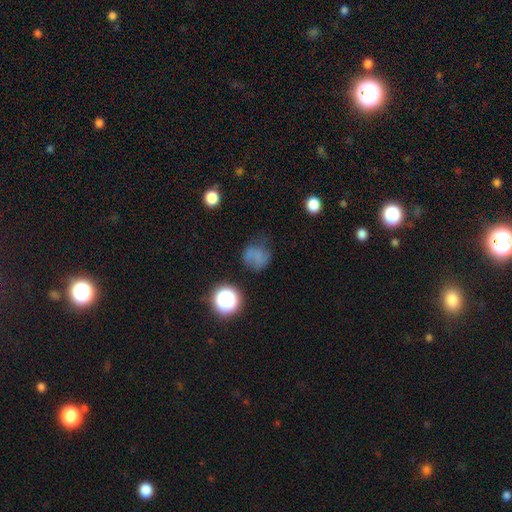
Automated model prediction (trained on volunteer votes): Q: Smooth or featured?
A: smooth (60%); runner-up: featured or disk (21%)
Q: How rounded?
A: round (80%); runner-up: in between (19%)
Q: Merging?
A: none (58%); runner-up: minor disturbance (24%)